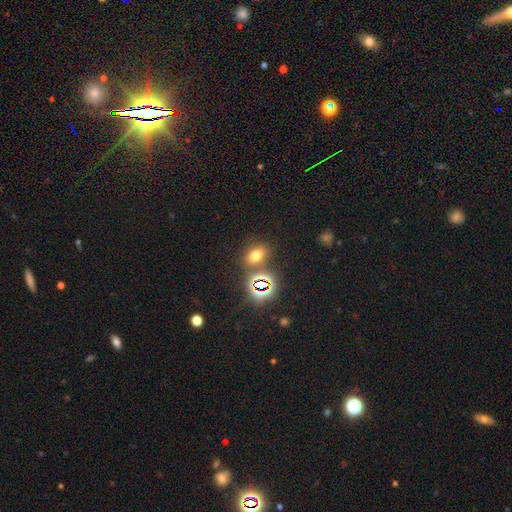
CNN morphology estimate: This is possibly a smooth galaxy (58%). How rounded: likely in between (71%). Merging: likely none (75%).